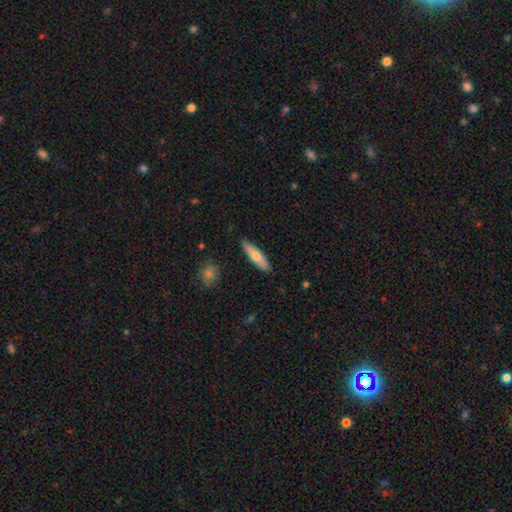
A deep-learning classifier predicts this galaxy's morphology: A smooth galaxy with no disk features (66%) that is cigar-shaped (67%). Merging: none (87%).